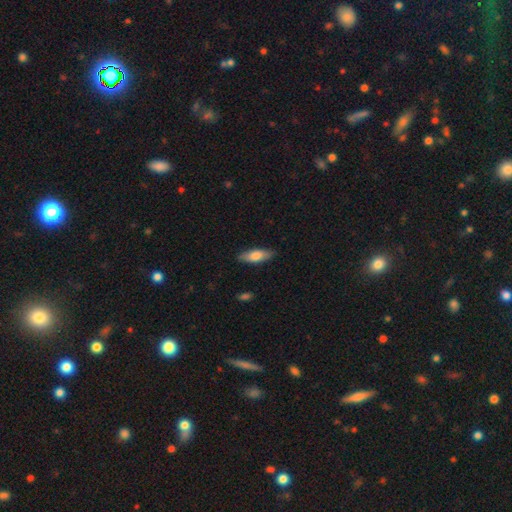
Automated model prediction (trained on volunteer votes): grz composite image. It shows a smooth galaxy with no disk features (72%) that is in between round and cigar-shaped (61%). Merging: none (85%).